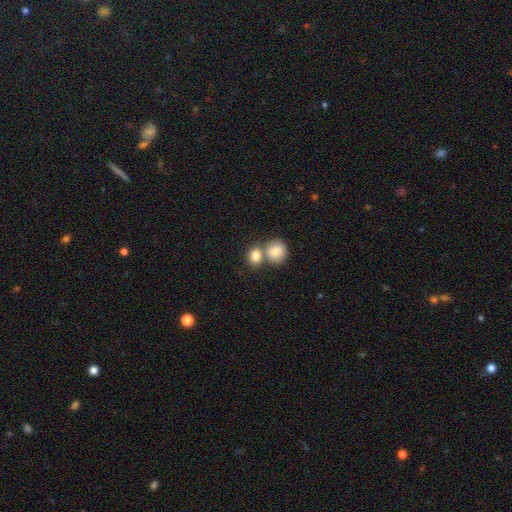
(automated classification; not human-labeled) smooth_or_featured: smooth (p=0.83) [alt: star or artifact p=0.08]
how_rounded: round (p=0.67) [alt: in between p=0.32]
merging: merger (p=0.46) [alt: none p=0.44]